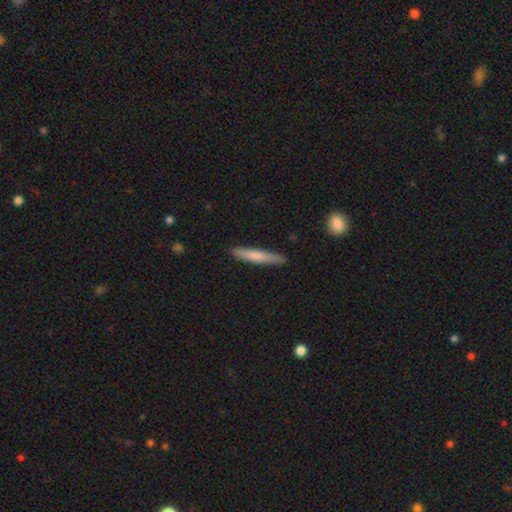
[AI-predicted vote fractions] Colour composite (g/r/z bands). It shows a smooth galaxy with no disk features (69%) that is cigar-shaped (94%). Merging: none (88%).